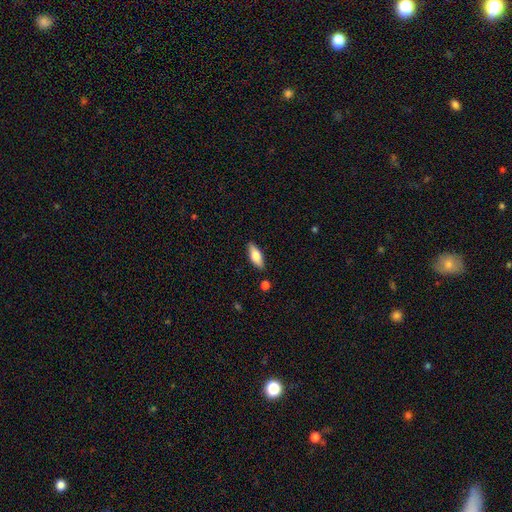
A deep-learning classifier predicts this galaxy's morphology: Smooth or featured? smooth (72%)
How rounded? in between (75%)
Merging? none (85%)